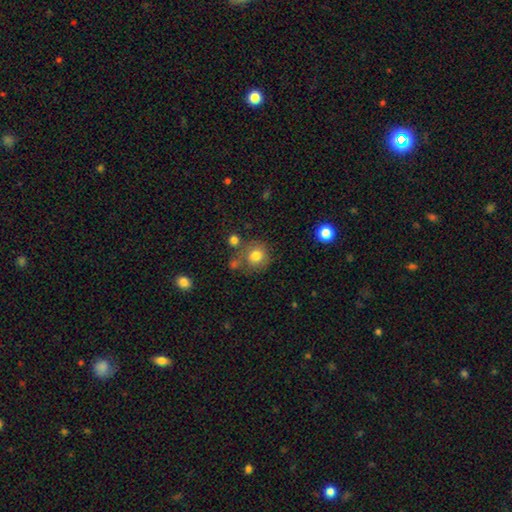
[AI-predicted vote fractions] The model was most divided on "merging": none: 66%, minor disturbance: 15%, merger: 13%, major disturbance: 6%. More confident: how rounded — round (87%); smooth or featured — smooth (78%).